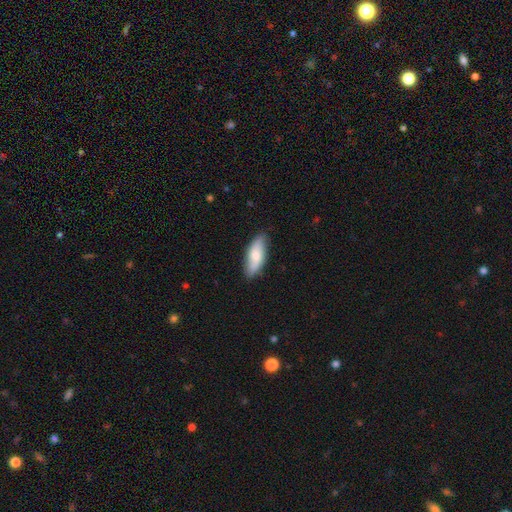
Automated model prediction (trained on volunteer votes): This is likely a smooth galaxy (65%). How rounded: likely in between (71%). Merging: clearly none (80%).